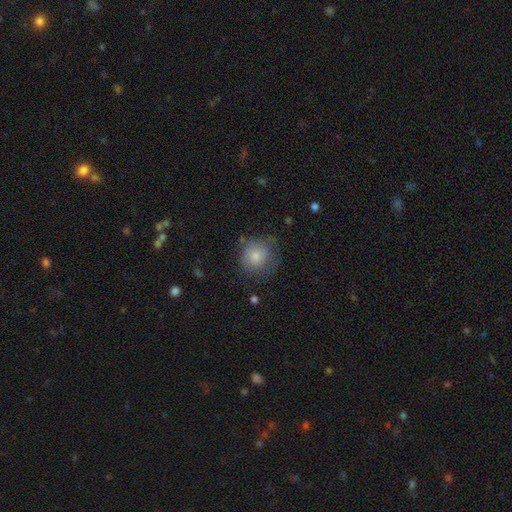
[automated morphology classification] smooth-or-featured: smooth: 79% | featured or disk: 12% | star or artifact: 8%
  how-rounded: round: 83% | in between: 16% | cigar-shaped: 1%
  merging: none: 59% | minor disturbance: 27% | major disturbance: 12% | merger: 2%